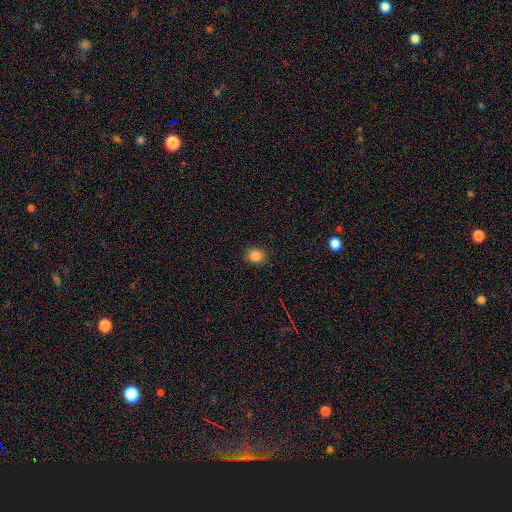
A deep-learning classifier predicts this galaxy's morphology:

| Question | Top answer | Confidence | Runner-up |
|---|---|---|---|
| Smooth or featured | smooth | 84% | star or artifact (11%) |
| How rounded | round | 76% | in between (23%) |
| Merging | none | 87% | minor disturbance (9%) |